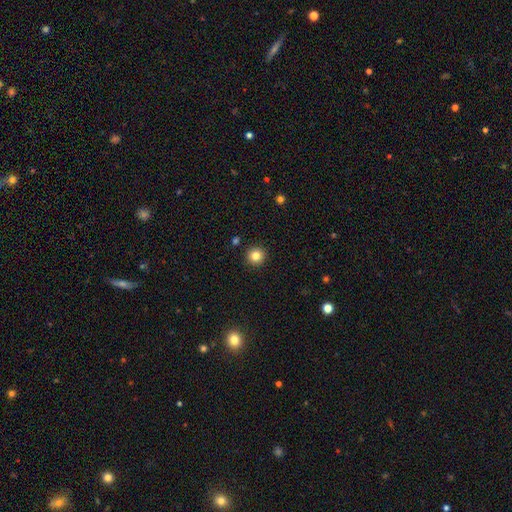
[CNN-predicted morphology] smooth_or_featured: smooth (p=0.82) [alt: star or artifact p=0.12]
how_rounded: round (p=0.95) [alt: in between p=0.04]
merging: none (p=0.92) [alt: minor disturbance p=0.05]